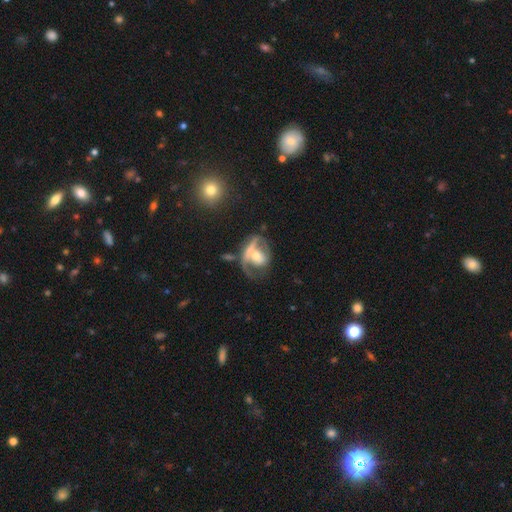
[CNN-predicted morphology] Smooth or featured? Predicted: featured or disk (p=0.61). Edge-on disk? Predicted: no (p=0.93). Bar? Predicted: no (p=0.63). Spiral arms? Predicted: yes (p=0.55). Bulge size? Predicted: moderate (p=0.54). Merging? Predicted: major disturbance (p=0.31).